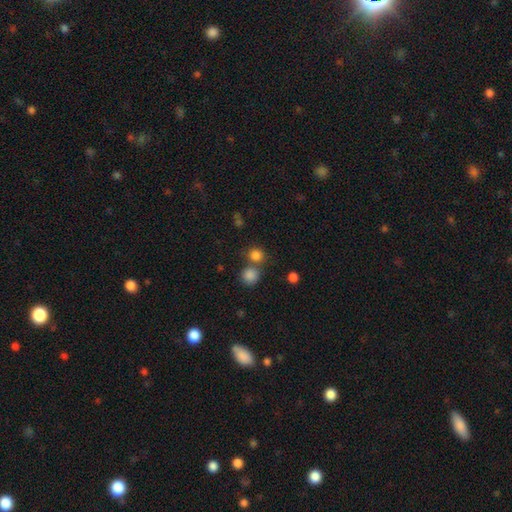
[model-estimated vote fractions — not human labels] The model was most divided on "merging": none: 60%, merger: 29%, minor disturbance: 8%, major disturbance: 3%. More confident: how rounded — round (85%); smooth or featured — smooth (82%).